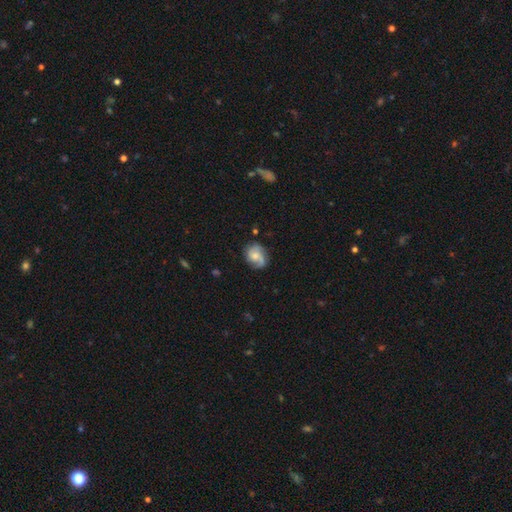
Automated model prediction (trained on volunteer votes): featured or disk 57%, smooth 35%, star or artifact 8%. Down the decision tree: edge-on disk — no (97%); bar — no (68%); spiral arms — yes (88%); bulge size — moderate (50%); merging — none (64%).